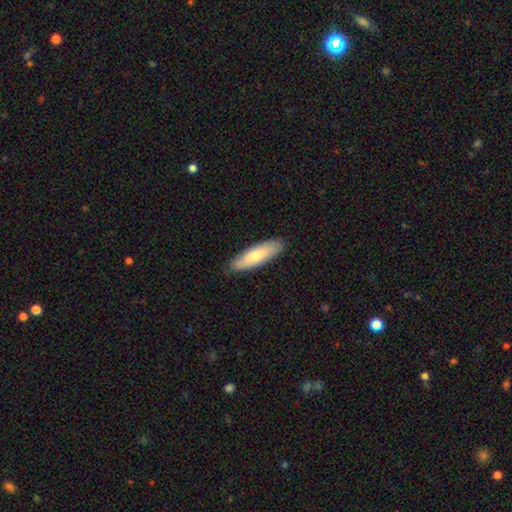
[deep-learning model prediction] Q: Smooth or featured?
A: smooth (71%); runner-up: featured or disk (24%)
Q: How rounded?
A: cigar-shaped (55%); runner-up: in between (43%)
Q: Merging?
A: none (86%); runner-up: minor disturbance (11%)